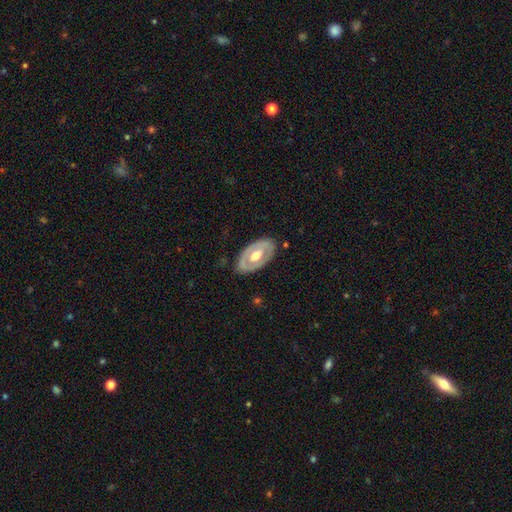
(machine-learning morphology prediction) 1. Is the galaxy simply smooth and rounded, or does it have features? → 60% featured or disk, 36% smooth, 5% star or artifact.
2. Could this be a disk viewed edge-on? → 88% no, 12% yes.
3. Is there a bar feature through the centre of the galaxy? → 73% no, 19% weak, 8% strong.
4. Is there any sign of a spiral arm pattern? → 85% no, 15% yes.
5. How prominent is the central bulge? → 68% moderate, 24% large, 6% small, 1% dominant, 1% none.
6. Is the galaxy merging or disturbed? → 81% none, 14% minor disturbance, 4% major disturbance, 1% merger.